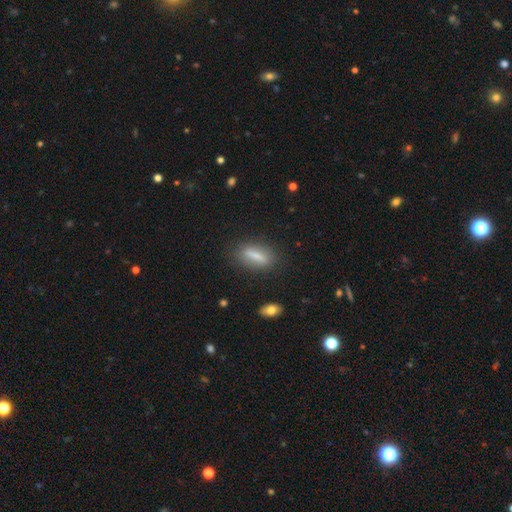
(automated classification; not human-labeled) A smooth galaxy with no disk features (66%) that is cigar-shaped (48%). Merging: none (80%).